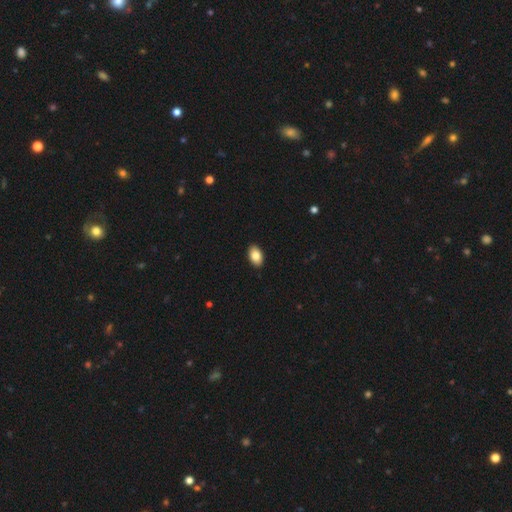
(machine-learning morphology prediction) smooth 85%, featured or disk 8%, star or artifact 7%. Down the decision tree: how rounded — in between (92%); merging — none (91%).